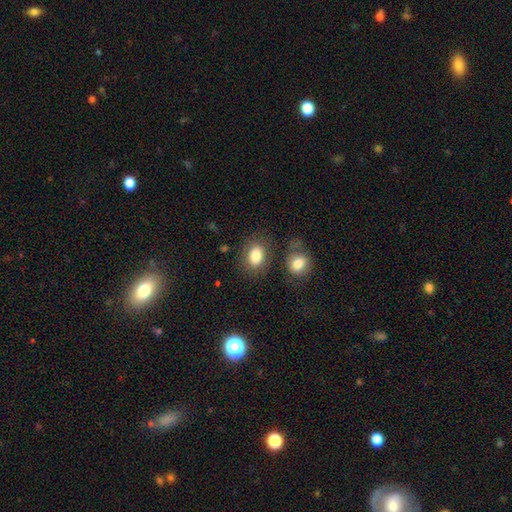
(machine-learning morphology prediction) This appears to be a smooth galaxy with no disk features (85%) that is in between round and cigar-shaped (74%). Merging: none (72%).